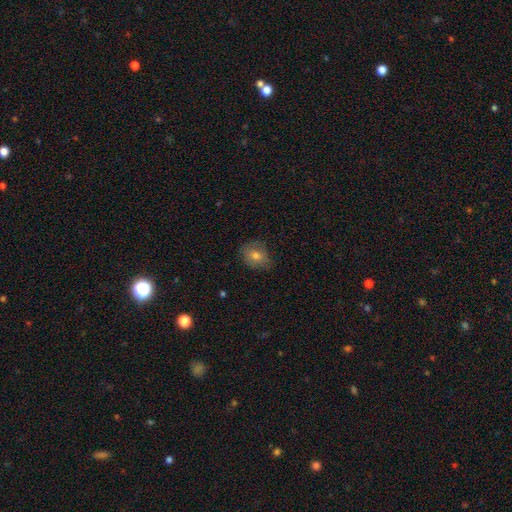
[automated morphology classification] smooth_or_featured: smooth (p=0.70) [alt: featured or disk p=0.18]
how_rounded: round (p=0.51) [alt: in between p=0.48]
merging: none (p=0.72) [alt: minor disturbance p=0.22]